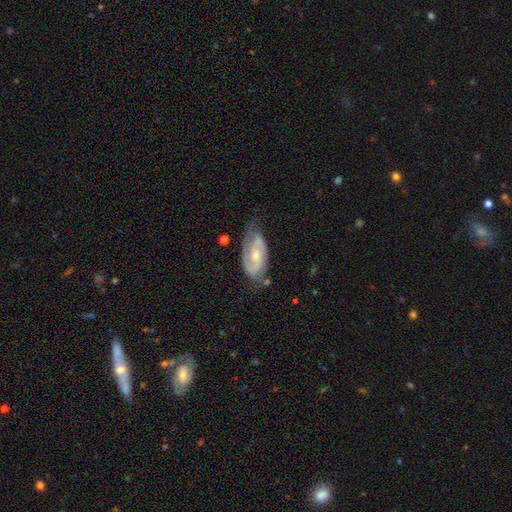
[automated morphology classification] Smooth or featured?
  - featured or disk: 86% *
  - smooth: 9%
  - star or artifact: 5%
Edge-on disk?
  - no: 96% *
  - yes: 4%
Bar?
  - no: 50% *
  - weak: 40%
  - strong: 10%
Spiral arms?
  - yes: 97% *
  - no: 3%
Spiral winding?
  - medium: 45% *
  - tight: 44%
  - loose: 11%
Spiral arm count?
  - 2: 83% *
  - 1: 8%
  - can't tell: 6%
  - 3: 2%
  - 4: 1%
  - more than 4: 1%
Bulge size?
  - moderate: 51% *
  - small: 38%
  - none: 6%
  - large: 4%
  - dominant: 1%
Merging?
  - none: 64% *
  - minor disturbance: 25%
  - major disturbance: 9%
  - merger: 2%